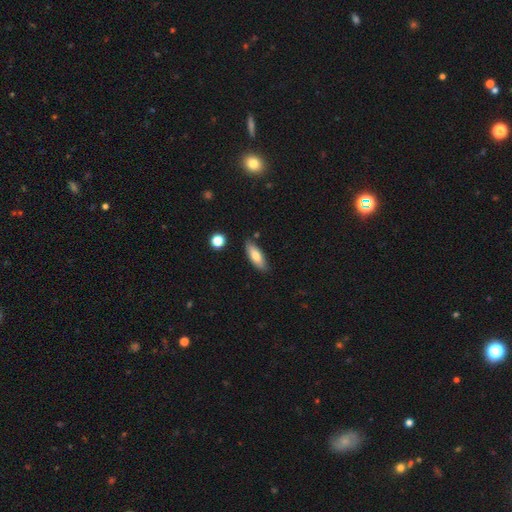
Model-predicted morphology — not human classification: This appears to be a smooth galaxy with no disk features (74%) that is in between round and cigar-shaped (63%). Merging: none (83%).